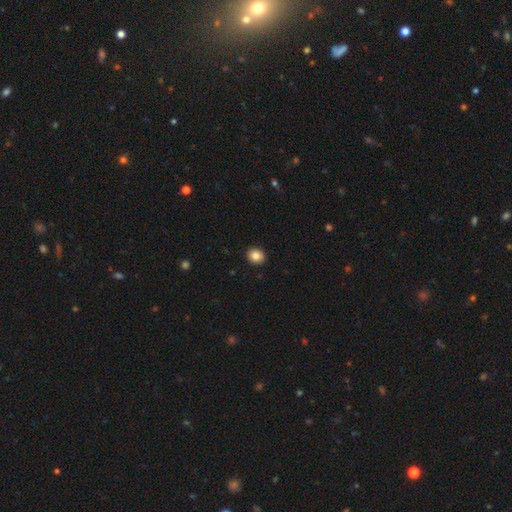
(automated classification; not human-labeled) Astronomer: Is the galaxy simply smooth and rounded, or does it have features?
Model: smooth — 85%.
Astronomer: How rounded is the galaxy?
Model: round — 74%.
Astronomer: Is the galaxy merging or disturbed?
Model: none — 92%.